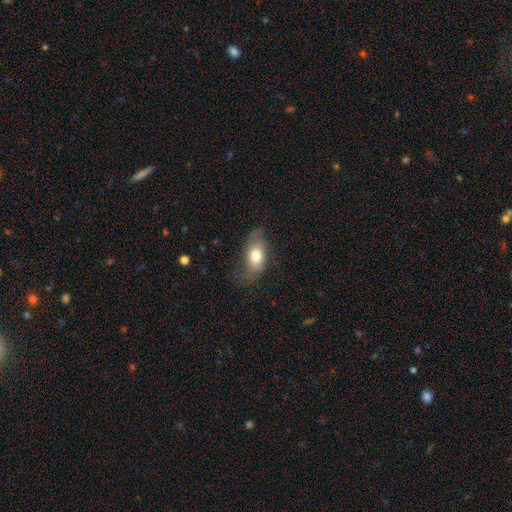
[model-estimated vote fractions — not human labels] A smooth galaxy with no disk features (68%) that is in between round and cigar-shaped (87%).

Vote fractions:
- Smooth or featured? smooth: 68% / featured or disk: 25% / star or artifact: 7%
- How rounded? in between: 87% / round: 7% / cigar-shaped: 6%
- Merging? none: 58% / minor disturbance: 27% / major disturbance: 13% / merger: 1%